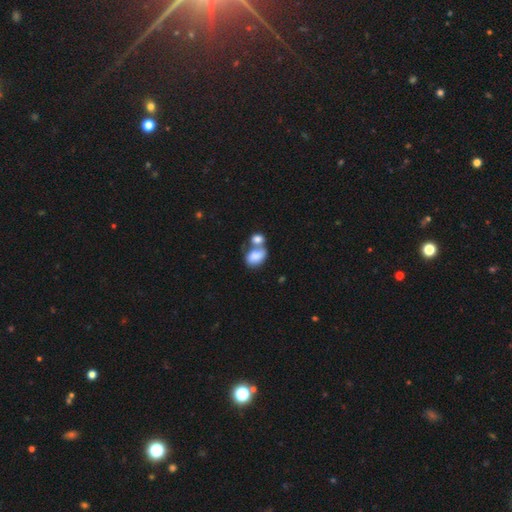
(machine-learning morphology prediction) Smooth or featured? Predicted: smooth (p=0.80). How rounded? Predicted: in between (p=0.80). Merging? Predicted: merger (p=0.62).